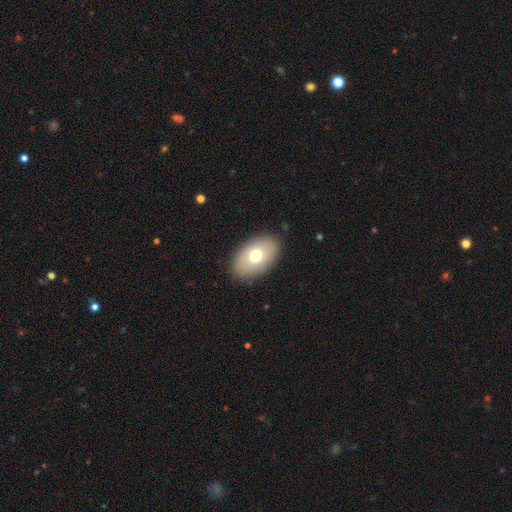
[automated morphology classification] This is likely a smooth galaxy (69%). How rounded: clearly in between (90%). Merging: clearly none (86%).